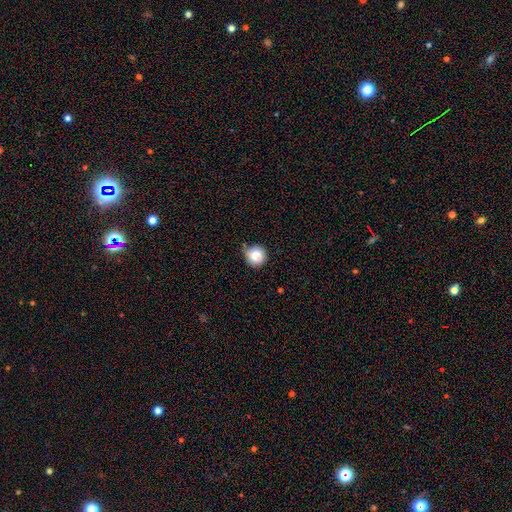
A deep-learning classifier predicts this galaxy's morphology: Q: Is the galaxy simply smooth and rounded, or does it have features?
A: smooth — 82%.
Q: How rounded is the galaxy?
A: round — 93%.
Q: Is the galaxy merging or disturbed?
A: none — 69%.